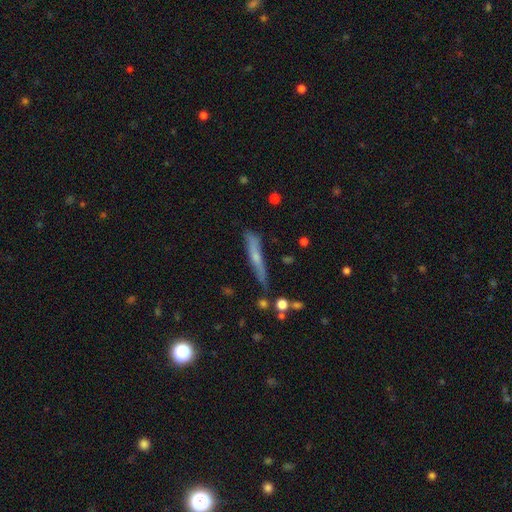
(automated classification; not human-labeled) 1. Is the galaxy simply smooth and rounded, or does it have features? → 47% smooth, 45% featured or disk, 8% star or artifact.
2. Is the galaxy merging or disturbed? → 71% none, 21% minor disturbance, 5% major disturbance, 4% merger.